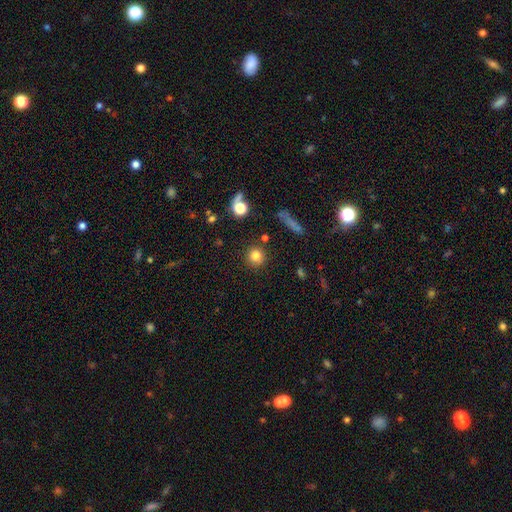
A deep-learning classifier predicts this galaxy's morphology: This is likely a smooth galaxy (79%). How rounded: clearly round (93%). Merging: clearly none (88%).